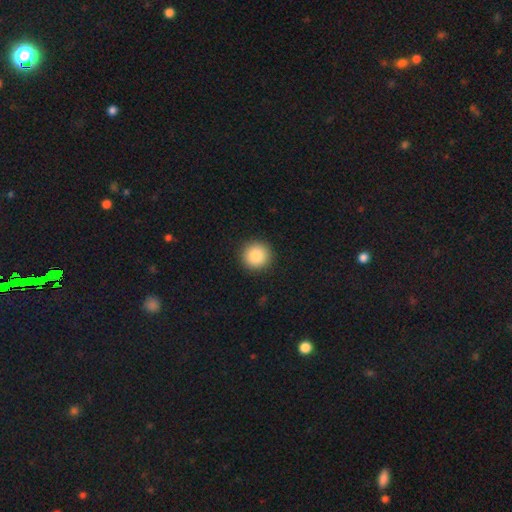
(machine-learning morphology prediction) Smooth or featured?
  - smooth: 85% *
  - star or artifact: 9%
  - featured or disk: 6%
How rounded?
  - round: 95% *
  - in between: 4%
  - cigar-shaped: 1%
Merging?
  - none: 92% *
  - minor disturbance: 5%
  - major disturbance: 2%
  - merger: 1%